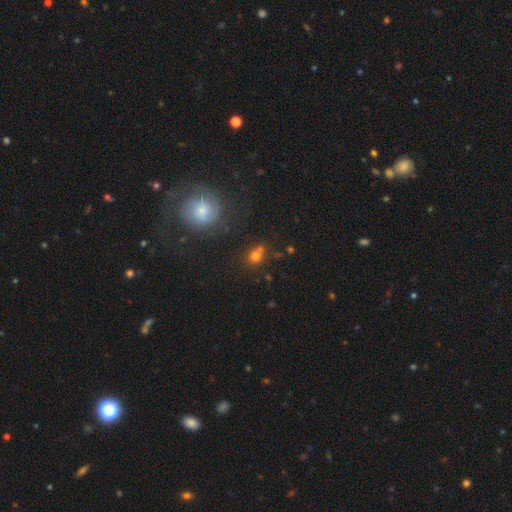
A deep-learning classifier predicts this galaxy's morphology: Q: Smooth or featured?
A: smooth (68%); runner-up: star or artifact (20%)
Q: How rounded?
A: round (71%); runner-up: in between (28%)
Q: Merging?
A: none (57%); runner-up: merger (24%)